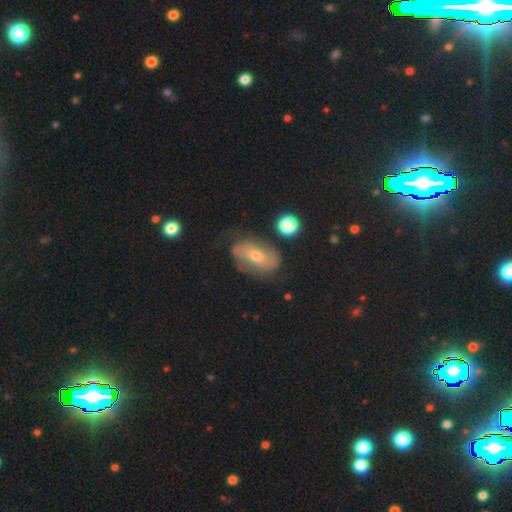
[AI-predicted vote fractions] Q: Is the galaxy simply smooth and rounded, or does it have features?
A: featured or disk — 57%.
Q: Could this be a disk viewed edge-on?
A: no — 92%.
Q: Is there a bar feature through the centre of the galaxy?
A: no — 40%.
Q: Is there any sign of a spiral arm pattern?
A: yes — 70%.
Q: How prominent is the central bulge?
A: moderate — 54%.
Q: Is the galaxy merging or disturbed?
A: none — 65%.